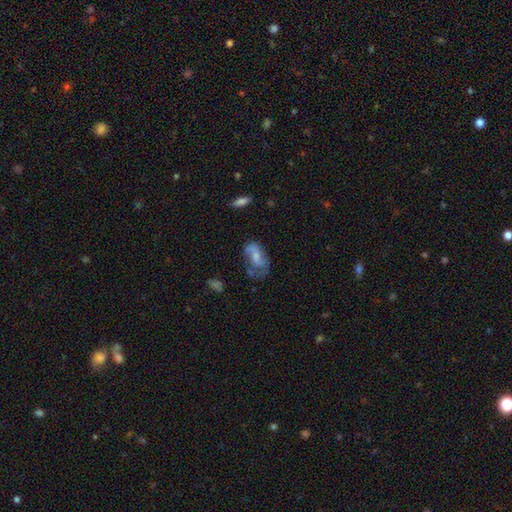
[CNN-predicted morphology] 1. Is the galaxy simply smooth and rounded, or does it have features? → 62% featured or disk, 30% smooth, 8% star or artifact.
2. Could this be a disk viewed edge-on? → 96% no, 4% yes.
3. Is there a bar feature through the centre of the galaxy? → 53% no, 38% weak, 9% strong.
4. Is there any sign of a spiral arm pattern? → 83% yes, 17% no.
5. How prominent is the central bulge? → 38% small, 35% moderate, 19% none, 6% large, 1% dominant.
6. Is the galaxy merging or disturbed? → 46% none, 26% minor disturbance, 24% major disturbance, 5% merger.